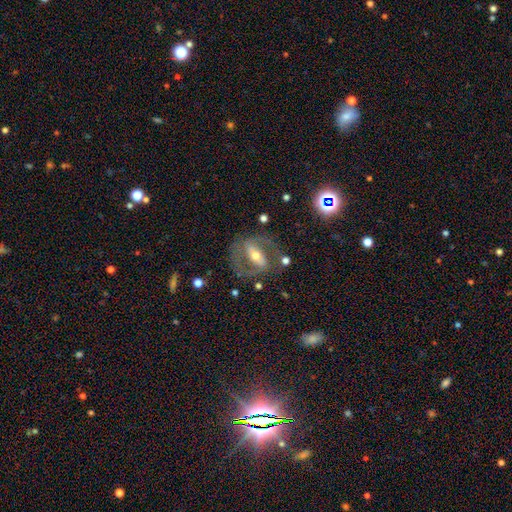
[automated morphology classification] Smooth or featured: featured or disk — 80% (smooth — 13%)
Edge-on disk: no — 93% (yes — 7%)
Bar: strong — 60% (weak — 24%)
Spiral arms: yes — 79% (no — 21%)
Spiral winding: medium — 52% (tight — 30%)
Spiral arm count: 2 — 85% (can't tell — 7%)
Bulge size: moderate — 60% (small — 30%)
Merging: none — 69% (minor disturbance — 15%)